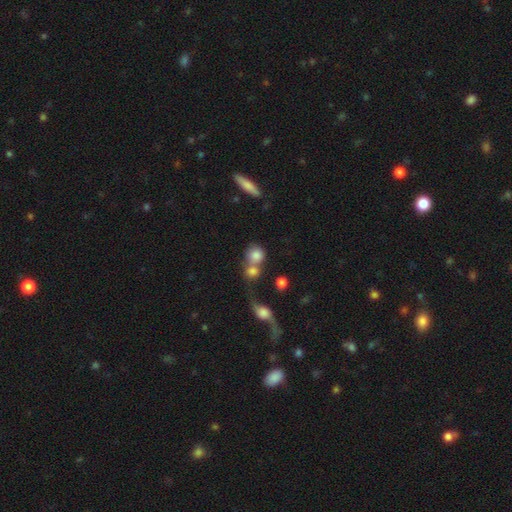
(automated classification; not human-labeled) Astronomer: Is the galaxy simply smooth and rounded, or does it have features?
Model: smooth — 78%.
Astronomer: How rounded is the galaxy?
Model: round — 82%.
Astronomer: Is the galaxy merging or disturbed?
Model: merger — 48% (runner-up: none, 37%).